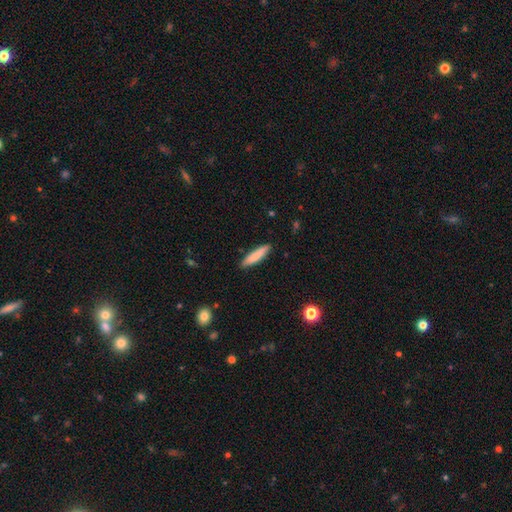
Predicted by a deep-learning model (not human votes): Smooth or featured?
  - smooth: 83% *
  - featured or disk: 11%
  - star or artifact: 6%
How rounded?
  - cigar-shaped: 85% *
  - in between: 13%
  - round: 1%
Merging?
  - none: 88% *
  - minor disturbance: 9%
  - major disturbance: 2%
  - merger: 1%